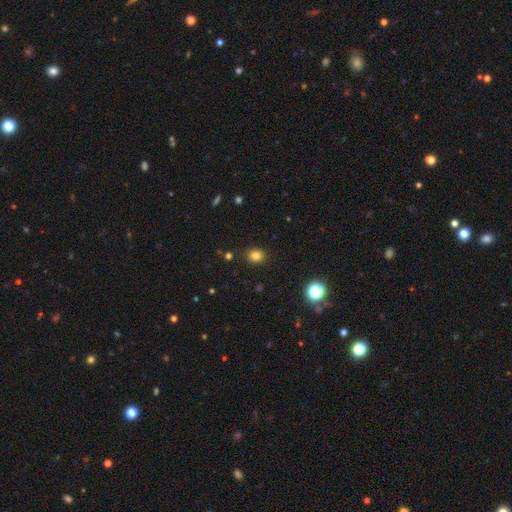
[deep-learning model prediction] Smooth or featured? smooth (80%)
How rounded? round (58%)
Merging? none (88%)